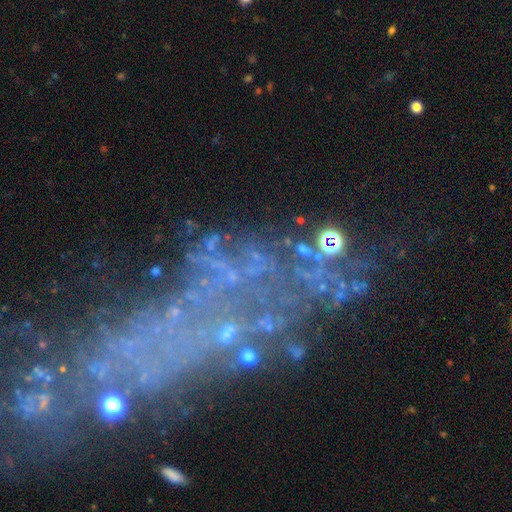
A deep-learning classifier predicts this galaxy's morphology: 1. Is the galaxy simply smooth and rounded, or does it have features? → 46% star or artifact, 38% featured or disk, 16% smooth.